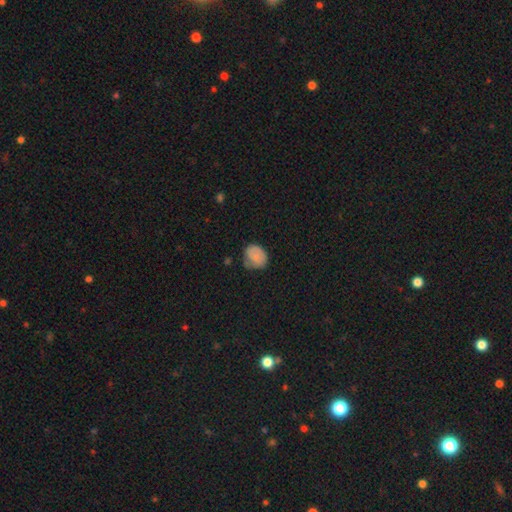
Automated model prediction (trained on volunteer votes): Smooth or featured?
  - smooth: 68% *
  - featured or disk: 23%
  - star or artifact: 9%
How rounded?
  - round: 58% *
  - in between: 41%
  - cigar-shaped: 1%
Merging?
  - none: 55% *
  - minor disturbance: 33%
  - major disturbance: 9%
  - merger: 2%